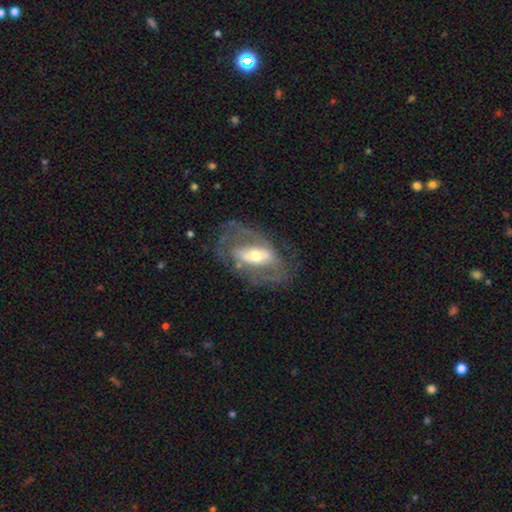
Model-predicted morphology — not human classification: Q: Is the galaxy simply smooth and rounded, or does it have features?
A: featured or disk — 77%.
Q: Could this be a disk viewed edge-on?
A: no — 91%.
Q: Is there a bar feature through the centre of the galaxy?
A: strong — 47%.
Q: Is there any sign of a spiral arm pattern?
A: yes — 72%.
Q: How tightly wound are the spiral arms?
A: medium — 45%.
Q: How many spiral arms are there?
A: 2 — 66%.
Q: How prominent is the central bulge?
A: moderate — 61%.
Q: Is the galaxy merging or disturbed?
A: none — 62%.